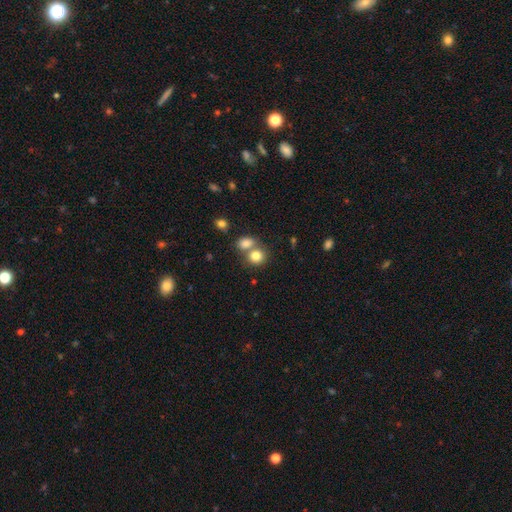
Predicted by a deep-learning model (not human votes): smooth-or-featured: smooth: 81% | star or artifact: 10% | featured or disk: 9%
  how-rounded: round: 75% | in between: 24% | cigar-shaped: 1%
  merging: none: 47% | merger: 42% | minor disturbance: 8% | major disturbance: 3%